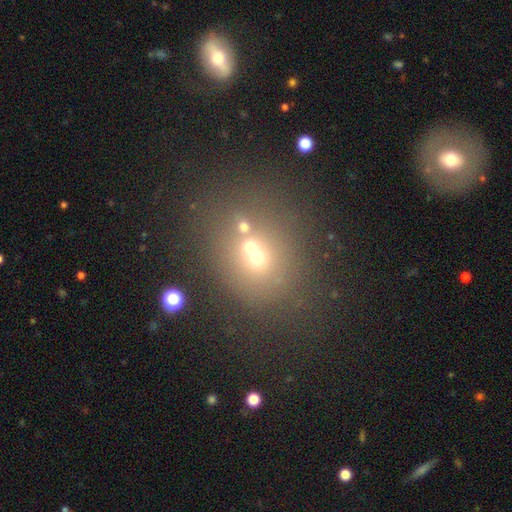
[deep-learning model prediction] Smooth or featured? smooth (48%)
Merging? none (46%)